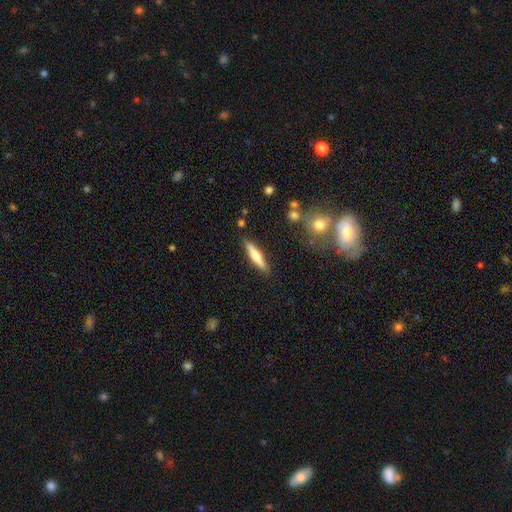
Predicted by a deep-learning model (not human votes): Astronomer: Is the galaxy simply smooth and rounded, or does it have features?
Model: smooth — 49% (runner-up: featured or disk, 45%).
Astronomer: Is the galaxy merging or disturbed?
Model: none — 87%.